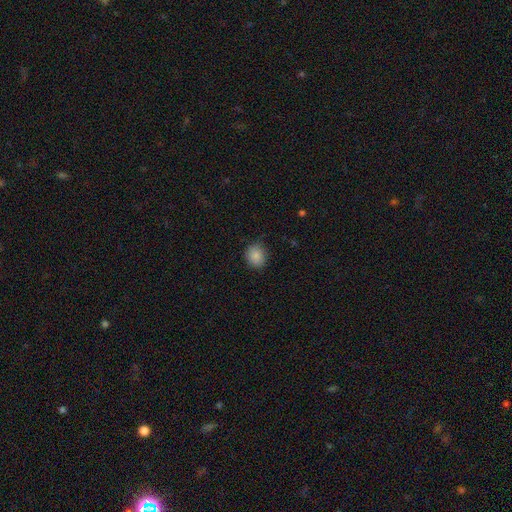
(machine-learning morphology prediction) Smooth or featured: smooth — 87% (star or artifact — 9%)
How rounded: round — 72% (in between — 27%)
Merging: none — 84% (minor disturbance — 12%)